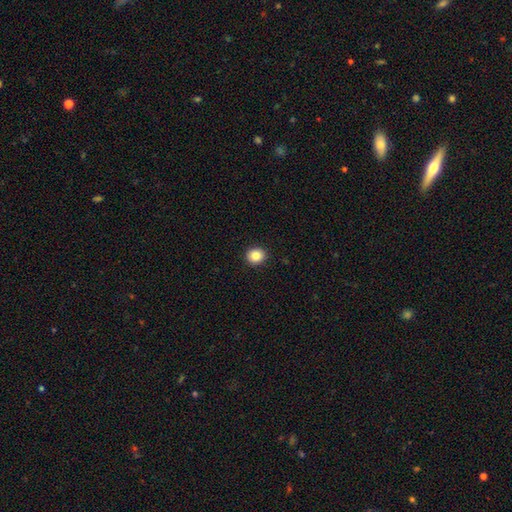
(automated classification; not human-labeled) Smooth or featured: smooth — 85% (star or artifact — 10%)
How rounded: round — 83% (in between — 17%)
Merging: none — 93% (minor disturbance — 5%)